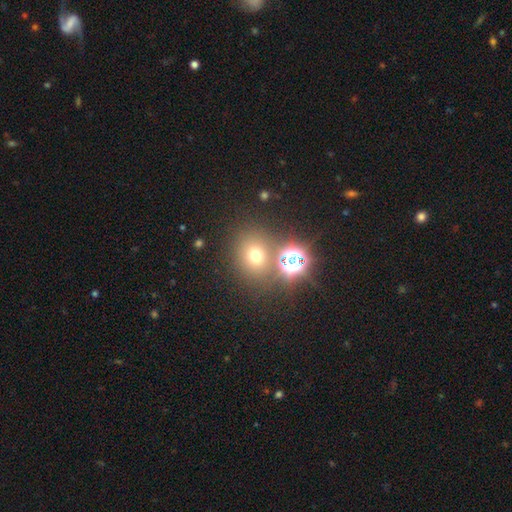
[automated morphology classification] smooth_or_featured: smooth (p=0.63) [alt: star or artifact p=0.27]
how_rounded: round (p=0.79) [alt: in between p=0.20]
merging: none (p=0.74) [alt: merger p=0.13]